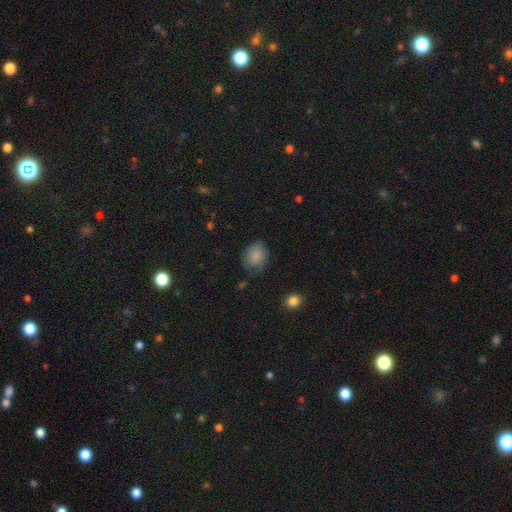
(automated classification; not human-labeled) smooth-or-featured: smooth: 84% | star or artifact: 8% | featured or disk: 7%
  how-rounded: round: 54% | in between: 45% | cigar-shaped: 1%
  merging: none: 68% | minor disturbance: 24% | major disturbance: 6% | merger: 2%